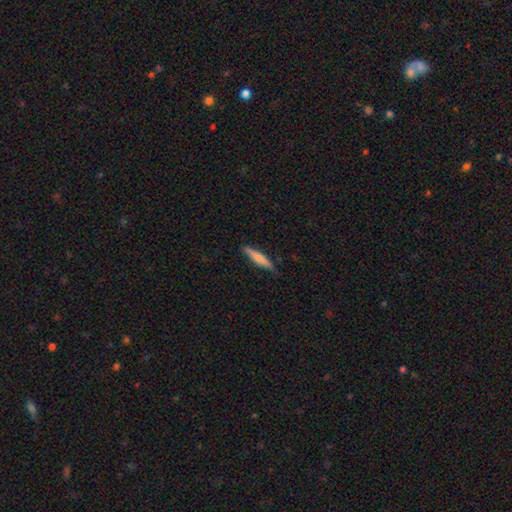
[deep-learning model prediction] Smooth or featured? Predicted: smooth (p=0.60). How rounded? Predicted: cigar-shaped (p=0.90). Merging? Predicted: none (p=0.86).